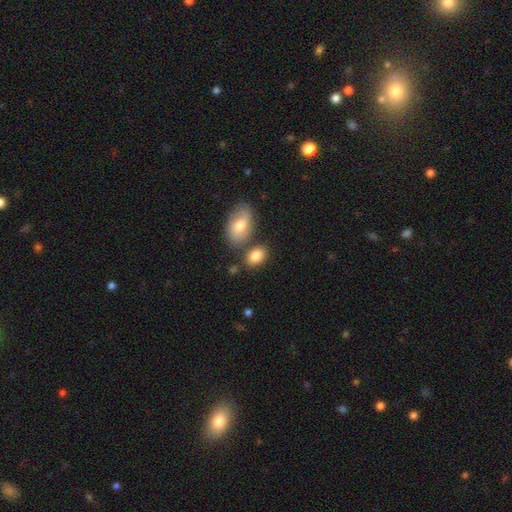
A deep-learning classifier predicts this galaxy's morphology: Overall: smooth (84%). How rounded: in between (85%). Merging: none (67%).